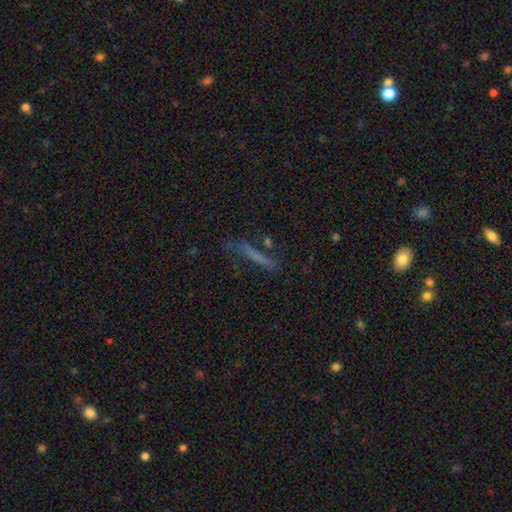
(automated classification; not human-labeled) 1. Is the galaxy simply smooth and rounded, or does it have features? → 52% smooth, 34% featured or disk, 14% star or artifact.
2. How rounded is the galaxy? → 92% cigar-shaped, 5% in between, 2% round.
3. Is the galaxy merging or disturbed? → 67% none, 19% minor disturbance, 9% major disturbance, 5% merger.